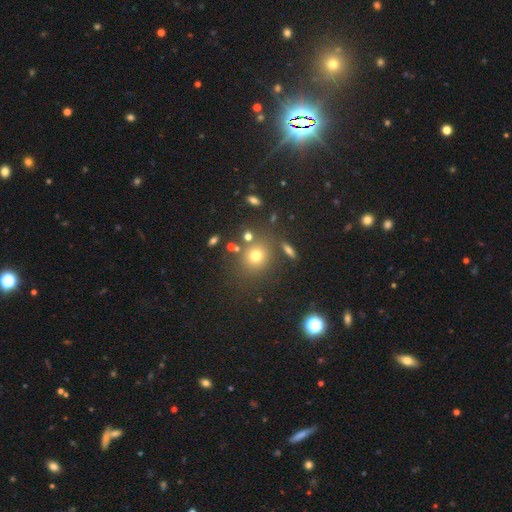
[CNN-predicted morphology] smooth_or_featured: smooth (p=0.71) [alt: star or artifact p=0.18]
how_rounded: round (p=0.84) [alt: in between p=0.15]
merging: none (p=0.76) [alt: minor disturbance p=0.11]